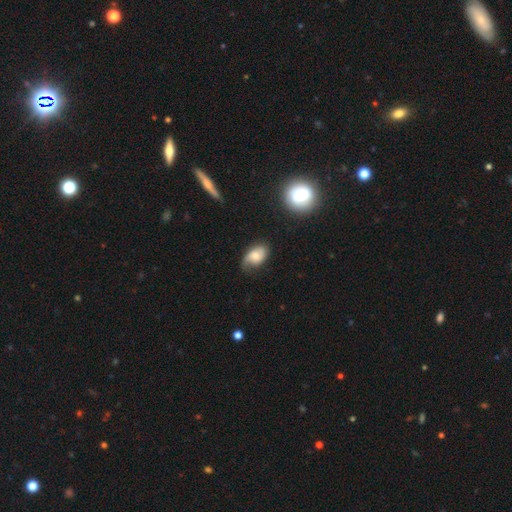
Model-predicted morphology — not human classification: This appears to be a smooth galaxy with no disk features (53%) that is in between round and cigar-shaped (87%). Merging: none (56%).